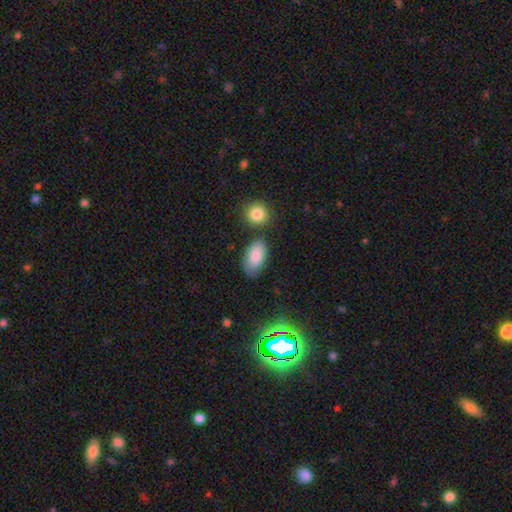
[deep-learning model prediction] Q: Smooth or featured?
A: smooth (83%); runner-up: featured or disk (10%)
Q: How rounded?
A: in between (94%); runner-up: round (4%)
Q: Merging?
A: none (68%); runner-up: minor disturbance (18%)